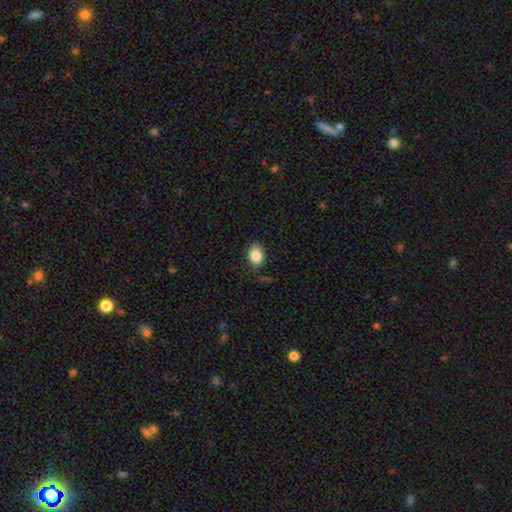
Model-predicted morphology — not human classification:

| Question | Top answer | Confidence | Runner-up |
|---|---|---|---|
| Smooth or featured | smooth | 86% | star or artifact (9%) |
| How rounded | in between | 63% | round (36%) |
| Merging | none | 79% | minor disturbance (15%) |